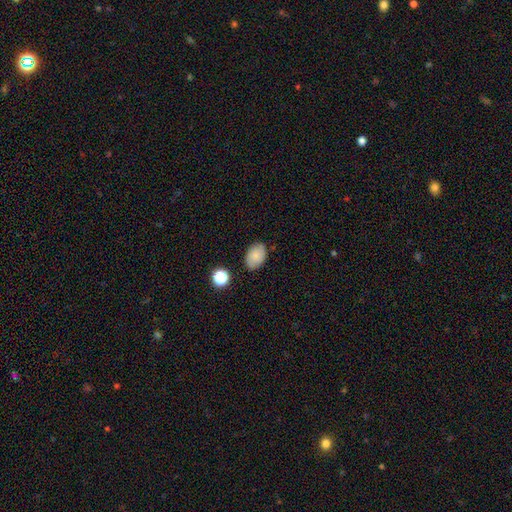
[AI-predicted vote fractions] Smooth or featured? Predicted: smooth (p=0.74). How rounded? Predicted: in between (p=0.83). Merging? Predicted: none (p=0.81).